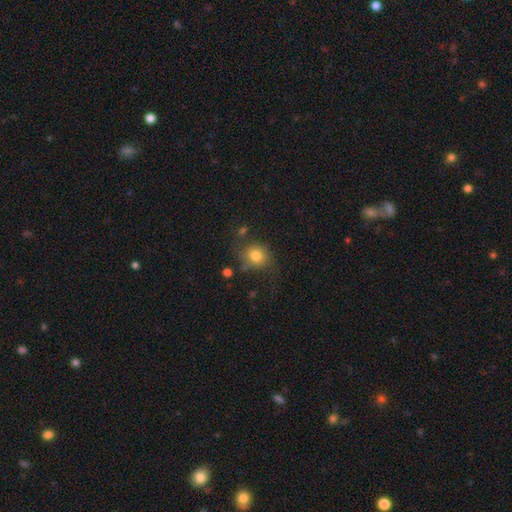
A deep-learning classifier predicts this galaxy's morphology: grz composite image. It shows a smooth galaxy with no disk features (77%) that is round (72%). Merging: none (65%).